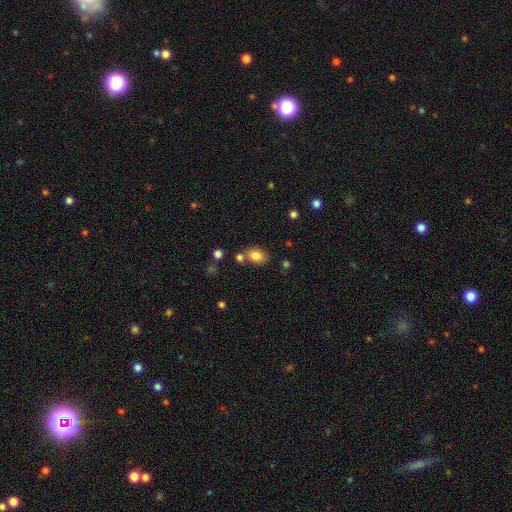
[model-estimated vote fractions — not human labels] Smooth or featured: smooth — 83% (star or artifact — 10%)
How rounded: in between — 74% (round — 25%)
Merging: none — 64% (merger — 17%)